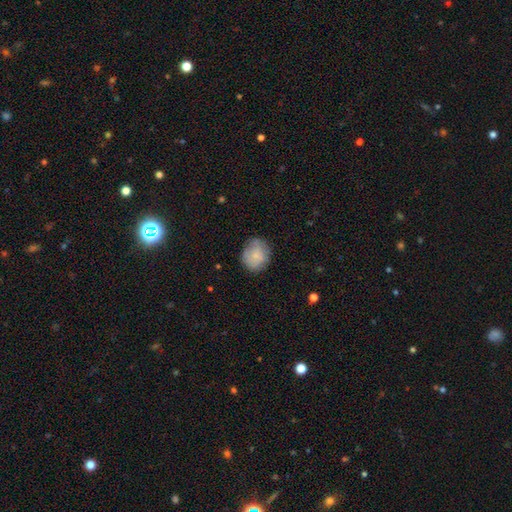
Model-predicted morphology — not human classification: Overall: smooth (75%). How rounded: round (71%). Merging: none (75%).